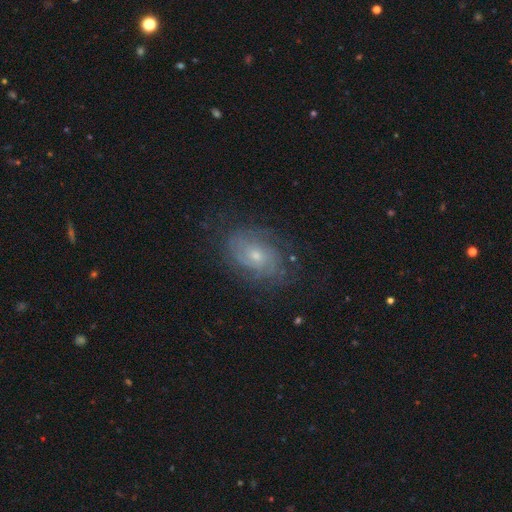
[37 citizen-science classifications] Overall: featured or disk (81%). Edge-on disk: no (93%). Bar: no (86%). Spiral arms: yes (96%). Spiral arm count: can't tell (44%; 2 15%). Spiral winding: tight (81%). Bulge size: small (57%; moderate 39%). Merging: none (73%).